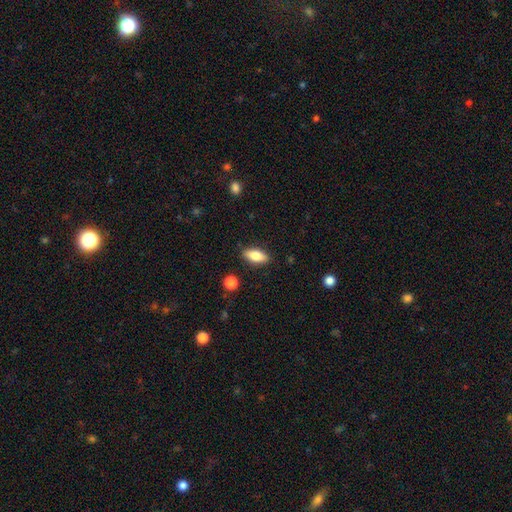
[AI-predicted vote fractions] smooth_or_featured: smooth (p=0.76) [alt: featured or disk p=0.17]
how_rounded: in between (p=0.80) [alt: cigar-shaped p=0.17]
merging: none (p=0.87) [alt: minor disturbance p=0.09]